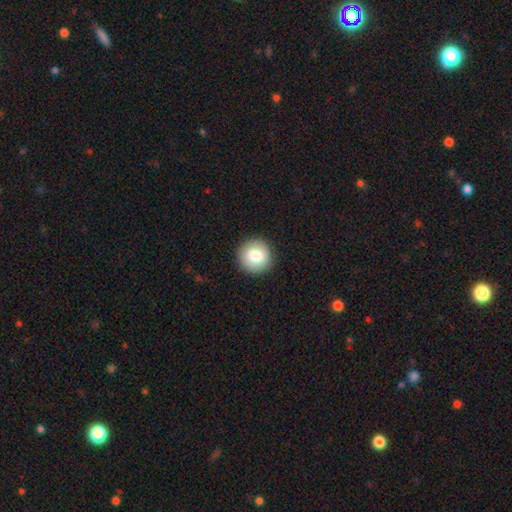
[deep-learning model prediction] Smooth or featured: smooth — 82% (featured or disk — 10%)
How rounded: round — 95% (in between — 4%)
Merging: none — 92% (minor disturbance — 5%)